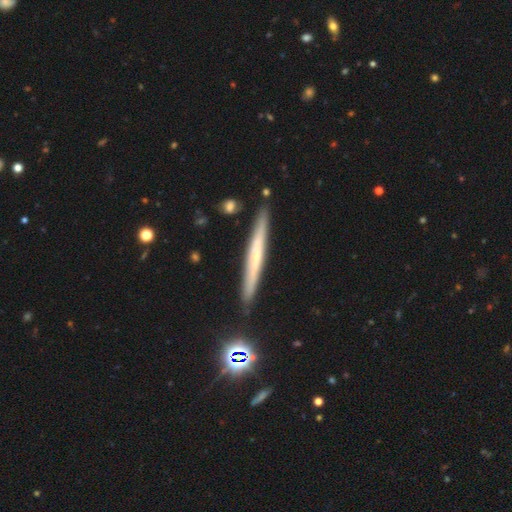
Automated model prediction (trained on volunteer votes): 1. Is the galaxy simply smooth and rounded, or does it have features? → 51% featured or disk, 41% smooth, 8% star or artifact.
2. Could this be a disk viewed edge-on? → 95% yes, 5% no.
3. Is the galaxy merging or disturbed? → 89% none, 8% minor disturbance, 2% merger, 1% major disturbance.